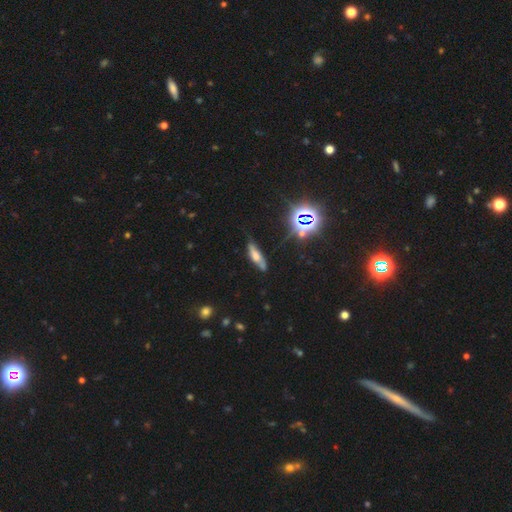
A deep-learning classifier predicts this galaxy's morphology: Smooth or featured: smooth — 46% (featured or disk — 34%)
Merging: none — 65% (minor disturbance — 25%)